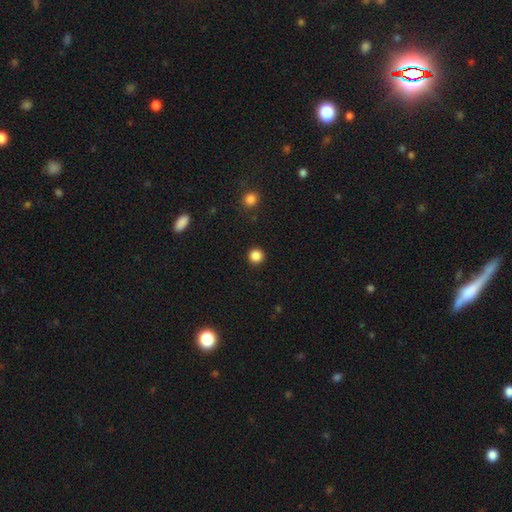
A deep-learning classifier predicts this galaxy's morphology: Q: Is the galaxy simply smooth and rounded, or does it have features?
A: smooth — 86%.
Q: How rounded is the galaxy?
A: round — 95%.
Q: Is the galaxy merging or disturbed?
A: none — 93%.